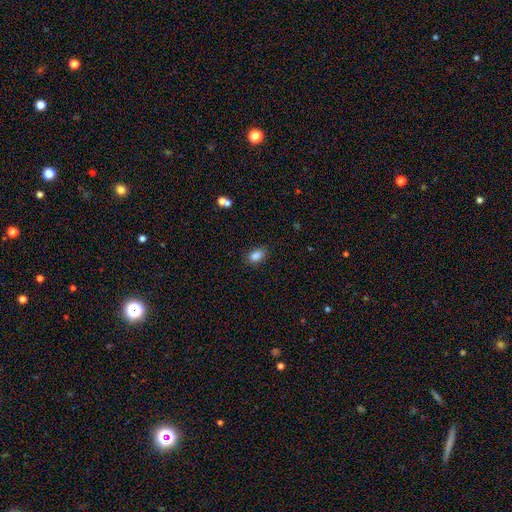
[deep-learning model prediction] smooth_or_featured: smooth (p=0.86) [alt: star or artifact p=0.09]
how_rounded: in between (p=0.86) [alt: round p=0.12]
merging: none (p=0.85) [alt: minor disturbance p=0.11]